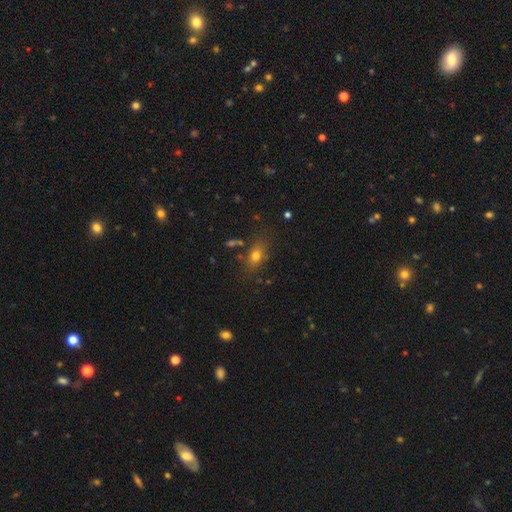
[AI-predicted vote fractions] smooth-or-featured: smooth: 74% | star or artifact: 13% | featured or disk: 12%
  how-rounded: in between: 73% | round: 22% | cigar-shaped: 4%
  merging: none: 75% | minor disturbance: 15% | merger: 5% | major disturbance: 5%